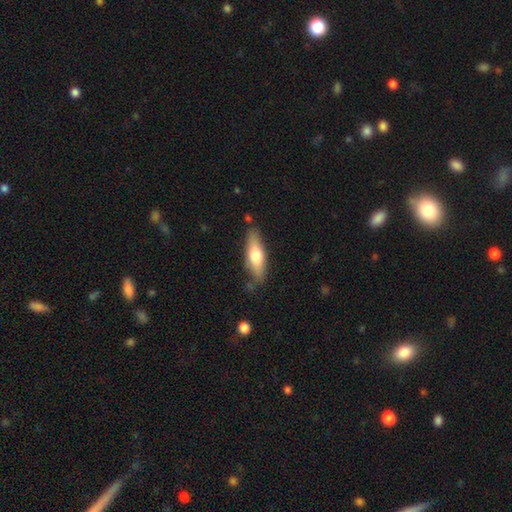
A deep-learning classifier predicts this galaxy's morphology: Q: Smooth or featured?
A: smooth (60%); runner-up: featured or disk (35%)
Q: How rounded?
A: cigar-shaped (53%); runner-up: in between (45%)
Q: Merging?
A: none (81%); runner-up: minor disturbance (14%)